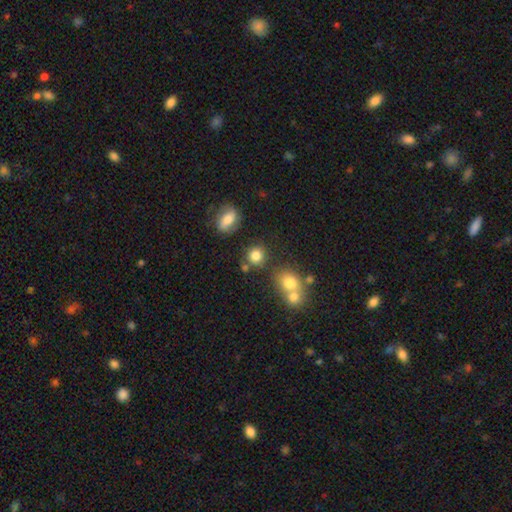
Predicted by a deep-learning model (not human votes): Q: Smooth or featured?
A: smooth (81%); runner-up: star or artifact (12%)
Q: How rounded?
A: round (83%); runner-up: in between (16%)
Q: Merging?
A: none (73%); runner-up: merger (12%)